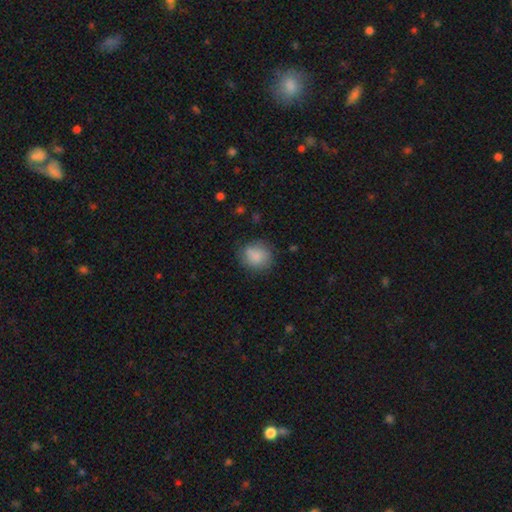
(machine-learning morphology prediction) Smooth or featured?
  - smooth: 84% *
  - star or artifact: 8%
  - featured or disk: 8%
How rounded?
  - round: 75% *
  - in between: 24%
  - cigar-shaped: 1%
Merging?
  - none: 73% *
  - minor disturbance: 18%
  - major disturbance: 6%
  - merger: 4%